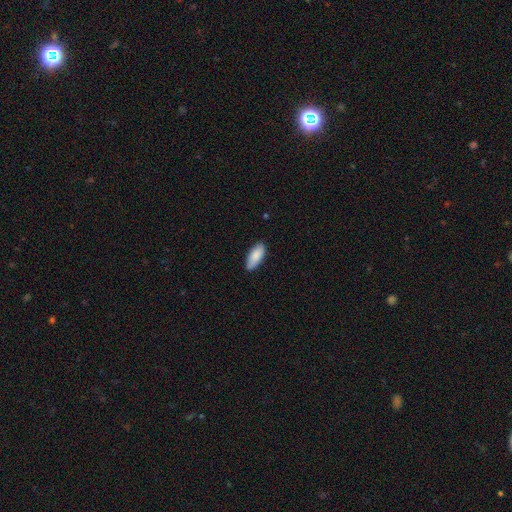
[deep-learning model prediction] Smooth or featured? smooth (88%)
How rounded? in between (84%)
Merging? none (84%)